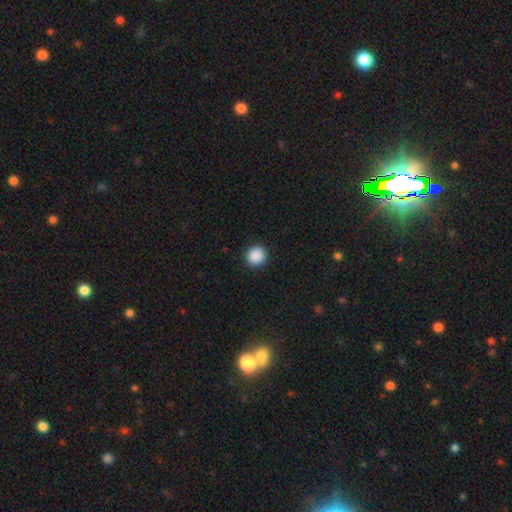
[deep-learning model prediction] Smooth or featured? Predicted: smooth (p=0.89). How rounded? Predicted: round (p=0.92). Merging? Predicted: none (p=0.93).